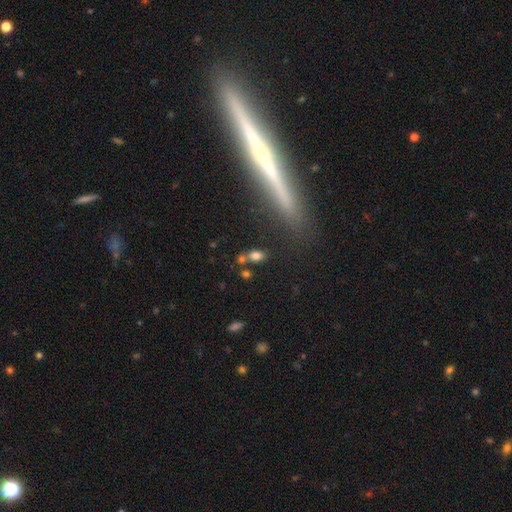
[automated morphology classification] Smooth or featured: smooth — 75% (star or artifact — 13%)
How rounded: in between — 81% (round — 14%)
Merging: none — 58% (merger — 23%)